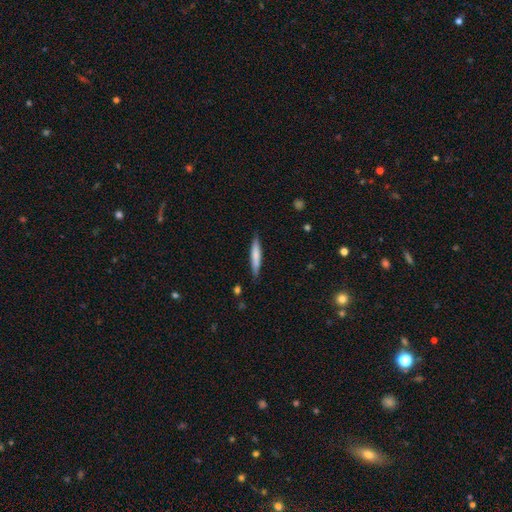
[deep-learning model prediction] Smooth or featured? Predicted: smooth (p=0.71). How rounded? Predicted: cigar-shaped (p=0.92). Merging? Predicted: none (p=0.86).